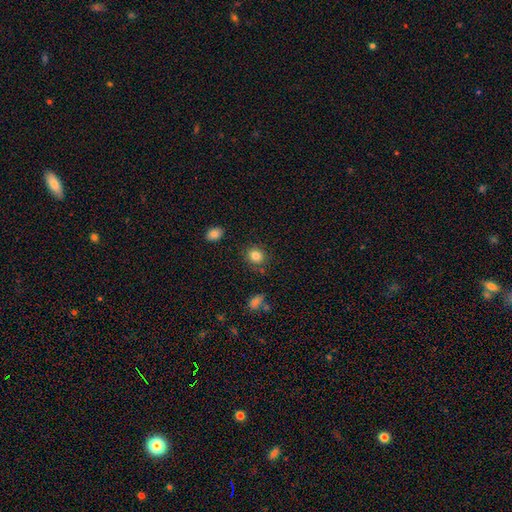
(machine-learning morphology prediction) This appears to be a smooth galaxy with no disk features (83%) that is round (78%). Merging: none (84%).